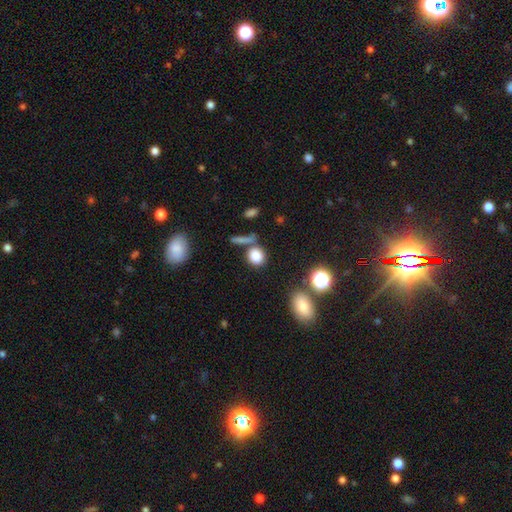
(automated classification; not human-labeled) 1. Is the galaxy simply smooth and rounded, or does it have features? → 80% smooth, 13% star or artifact, 7% featured or disk.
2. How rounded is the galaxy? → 80% round, 17% in between, 3% cigar-shaped.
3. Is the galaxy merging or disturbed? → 66% none, 17% merger, 11% minor disturbance, 6% major disturbance.